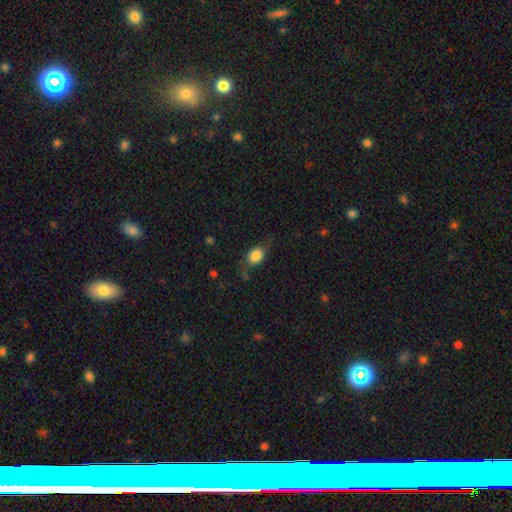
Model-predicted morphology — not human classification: This appears to be a smooth galaxy with no disk features (78%) that is in between round and cigar-shaped (52%). Merging: none (64%).